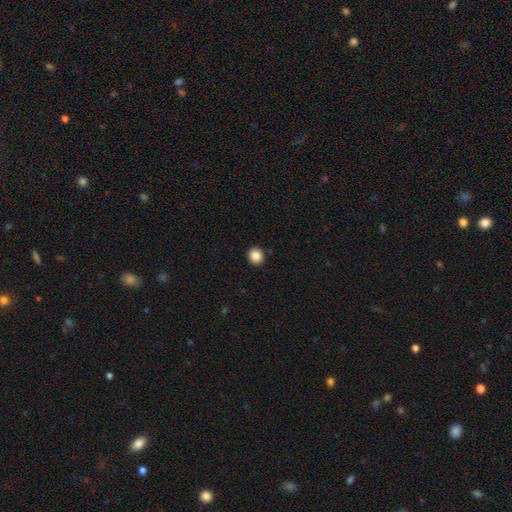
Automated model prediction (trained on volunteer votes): Smooth or featured: smooth — 87% (star or artifact — 10%)
How rounded: round — 88% (in between — 11%)
Merging: none — 92% (minor disturbance — 5%)